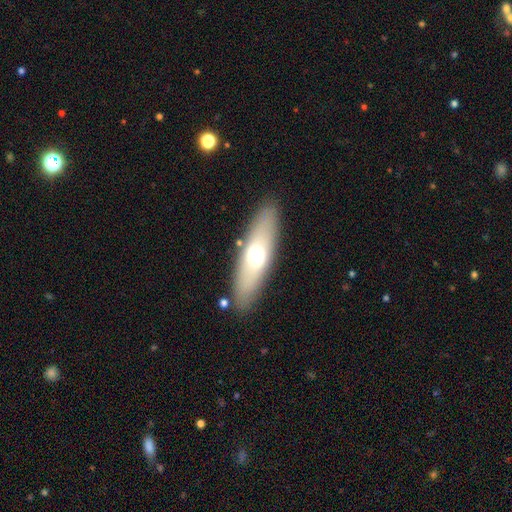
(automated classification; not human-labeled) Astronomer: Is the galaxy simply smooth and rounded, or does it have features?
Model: smooth — 58% (runner-up: featured or disk, 36%).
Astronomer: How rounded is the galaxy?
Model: cigar-shaped — 52% (runner-up: in between, 45%).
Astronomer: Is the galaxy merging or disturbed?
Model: none — 86%.